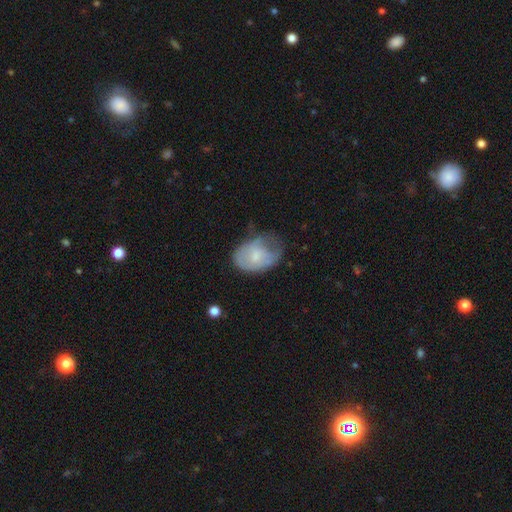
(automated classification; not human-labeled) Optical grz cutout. It shows a smooth galaxy with no disk features (59%) that is in between round and cigar-shaped (77%). Merging: minor disturbance (39%).